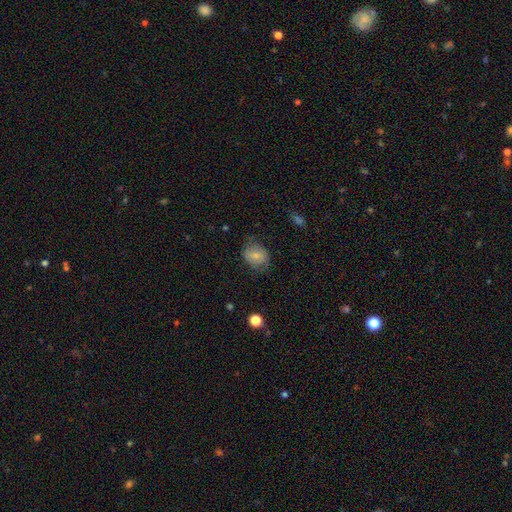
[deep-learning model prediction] A smooth galaxy with no disk features (67%) that is in between round and cigar-shaped (52%). Merging: none (65%).